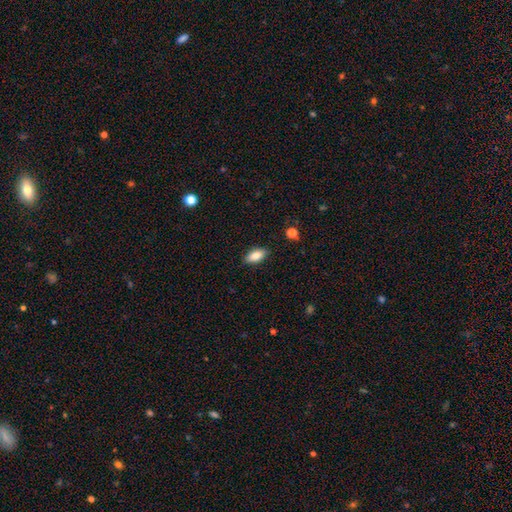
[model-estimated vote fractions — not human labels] smooth-or-featured: smooth: 83% | featured or disk: 10% | star or artifact: 7%
  how-rounded: in between: 89% | cigar-shaped: 8% | round: 3%
  merging: none: 87% | minor disturbance: 9% | major disturbance: 2% | merger: 1%